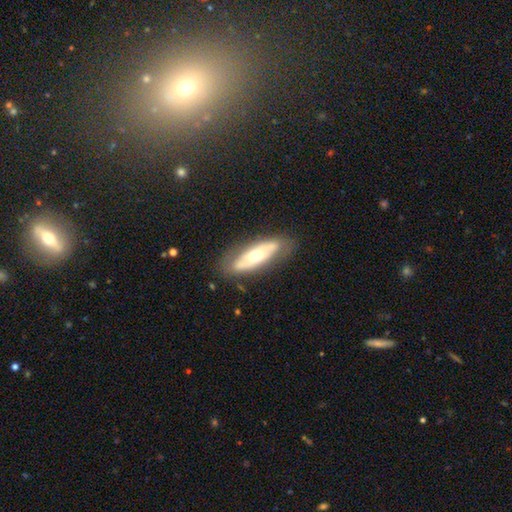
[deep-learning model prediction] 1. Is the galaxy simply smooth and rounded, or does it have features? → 53% featured or disk, 41% smooth, 6% star or artifact.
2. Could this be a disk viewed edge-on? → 72% no, 28% yes.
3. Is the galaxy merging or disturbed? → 77% none, 16% minor disturbance, 5% major disturbance, 2% merger.